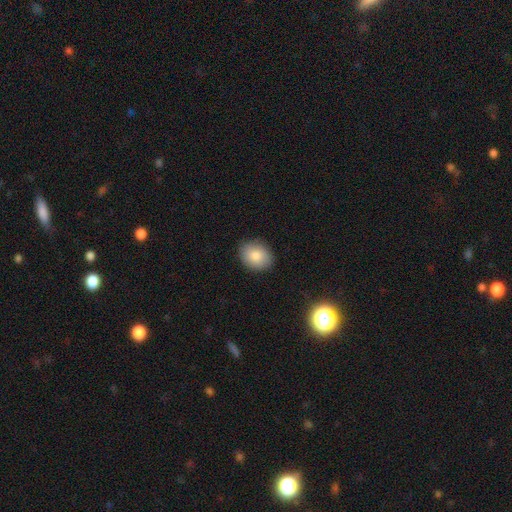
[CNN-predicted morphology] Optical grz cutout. It shows a smooth galaxy with no disk features (83%) that is in between round and cigar-shaped (50%). Merging: none (85%).